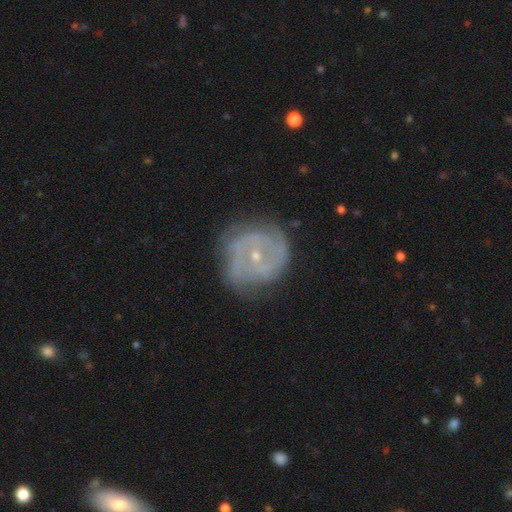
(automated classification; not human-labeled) smooth_or_featured: featured or disk (p=0.77) [alt: smooth p=0.14]
disk_edge_on: no (p=0.97) [alt: yes p=0.03]
bar: no (p=0.59) [alt: weak p=0.32]
has_spiral_arms: yes (p=0.84) [alt: no p=0.16]
spiral_winding: tight (p=0.55) [alt: medium p=0.33]
spiral_arm_count: 2 (p=0.36) [alt: can't tell p=0.34]
bulge_size: small (p=0.76) [alt: moderate p=0.21]
merging: none (p=0.67) [alt: minor disturbance p=0.22]